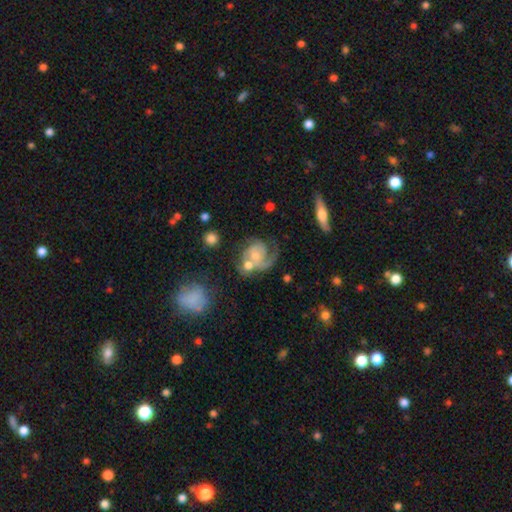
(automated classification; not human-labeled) A featured or disk galaxy (76%) with no bar (69%), 1 (48%) medium (42%) spiral arms (90%) and a moderate central bulge (42%). Merging: merger (33%).